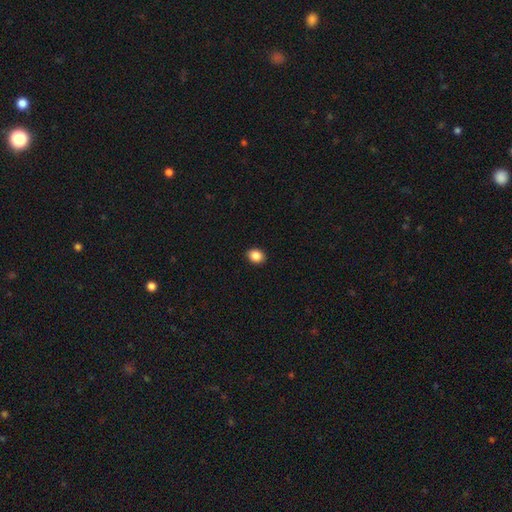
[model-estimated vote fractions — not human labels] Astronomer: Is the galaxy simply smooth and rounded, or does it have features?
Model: smooth — 88%.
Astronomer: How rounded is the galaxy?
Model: in between — 51% (runner-up: round, 49%).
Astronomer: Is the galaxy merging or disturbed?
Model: none — 92%.